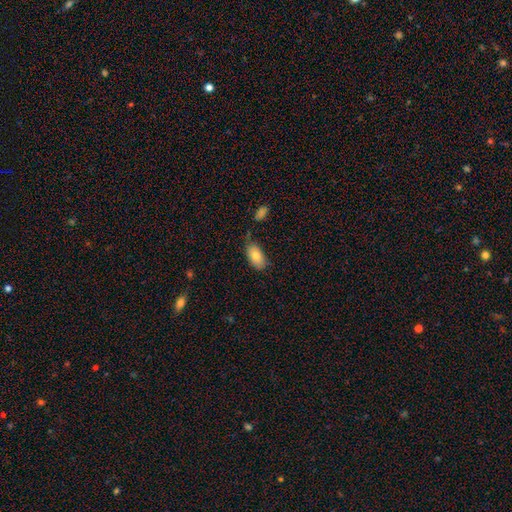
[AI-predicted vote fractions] Smooth or featured: smooth — 78% (featured or disk — 15%)
How rounded: in between — 93% (round — 5%)
Merging: none — 59% (minor disturbance — 29%)